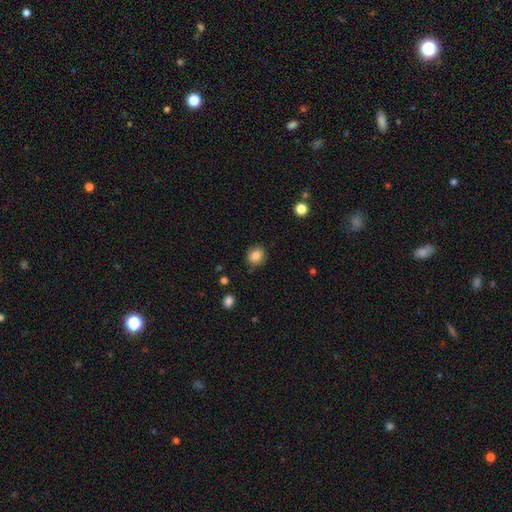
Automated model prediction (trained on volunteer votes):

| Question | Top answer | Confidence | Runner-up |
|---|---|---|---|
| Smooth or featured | smooth | 85% | star or artifact (10%) |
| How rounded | round | 70% | in between (30%) |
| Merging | none | 86% | minor disturbance (10%) |